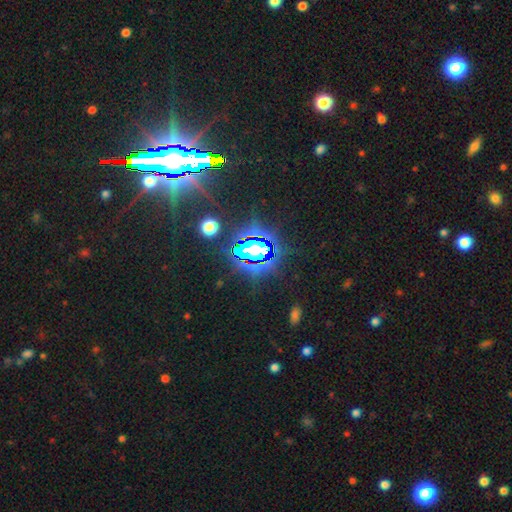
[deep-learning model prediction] Smooth or featured?
  - star or artifact: 83% *
  - featured or disk: 9%
  - smooth: 8%